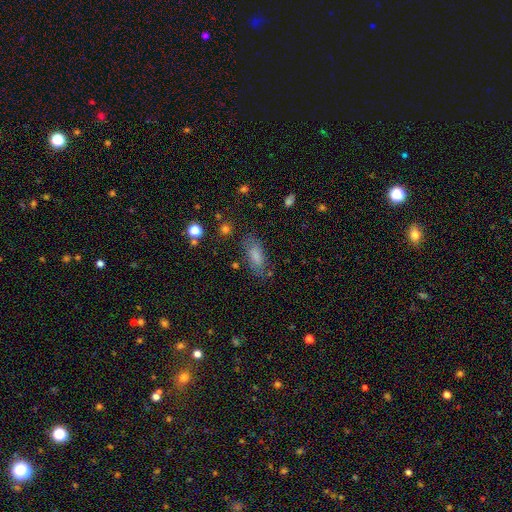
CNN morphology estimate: Smooth or featured?
  - smooth: 77% *
  - featured or disk: 14%
  - star or artifact: 9%
How rounded?
  - in between: 78% *
  - cigar-shaped: 20%
  - round: 3%
Merging?
  - none: 77% *
  - minor disturbance: 16%
  - major disturbance: 5%
  - merger: 3%